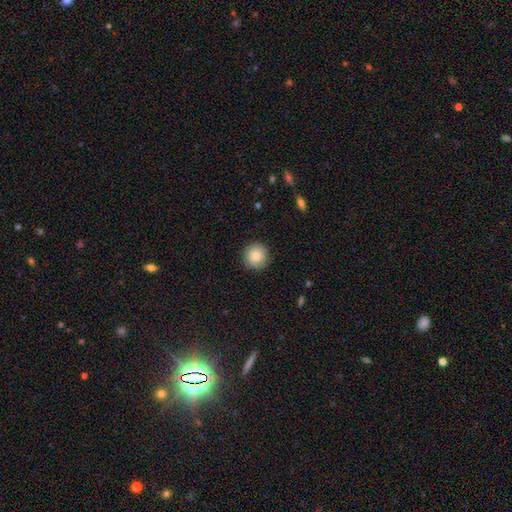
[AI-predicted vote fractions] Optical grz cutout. It shows a smooth galaxy with no disk features (85%) that is round (94%). Merging: none (89%).